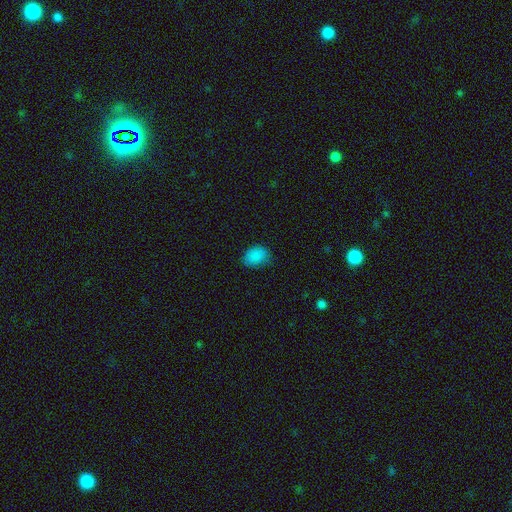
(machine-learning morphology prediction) Smooth or featured?
  - smooth: 86% *
  - star or artifact: 10%
  - featured or disk: 4%
How rounded?
  - in between: 70% *
  - round: 29%
  - cigar-shaped: 1%
Merging?
  - none: 71% *
  - minor disturbance: 24%
  - major disturbance: 5%
  - merger: 1%